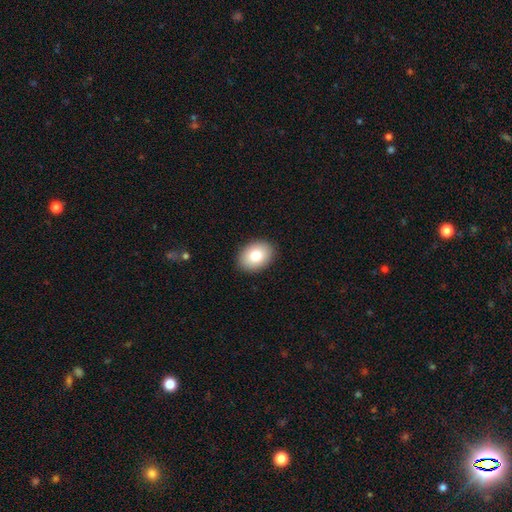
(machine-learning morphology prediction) Smooth or featured? Predicted: smooth (p=0.81). How rounded? Predicted: in between (p=0.72). Merging? Predicted: none (p=0.90).